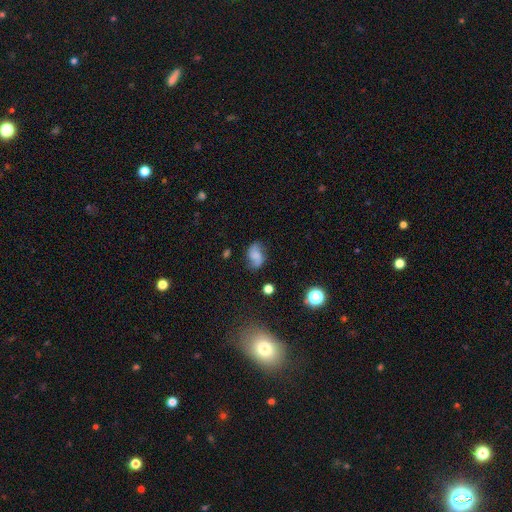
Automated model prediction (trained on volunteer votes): This appears to be a smooth galaxy with no disk features (52%) that is in between round and cigar-shaped (81%). Merging: none (61%).